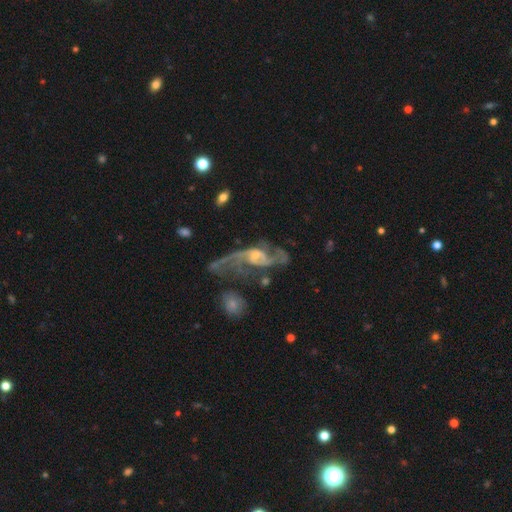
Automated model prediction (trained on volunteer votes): smooth-or-featured: featured or disk: 86% | star or artifact: 7% | smooth: 7%
  disk-edge-on: no: 93% | yes: 7%
    bar: weak: 45% | no: 41% | strong: 14%
    has-spiral-arms: yes: 92% | no: 8%
      spiral-winding: loose: 48% | medium: 40% | tight: 13%
      spiral-arm-count: 2: 72% | can't tell: 10% | 3: 7% | 1: 6% | 4: 3% | more than 4: 3%
    bulge-size: small: 50% | moderate: 35% | none: 10% | large: 4% | dominant: 1%
  merging: none: 39% | major disturbance: 31% | minor disturbance: 18% | merger: 12%